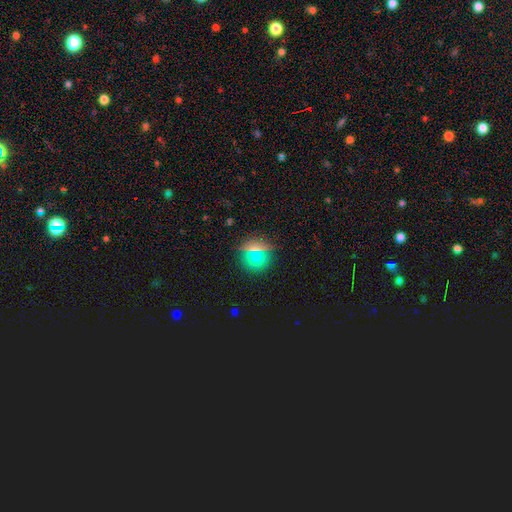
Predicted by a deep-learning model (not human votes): A smooth galaxy with no disk features (73%) that is round (92%).

Vote fractions:
- Smooth or featured? smooth: 73% / star or artifact: 20% / featured or disk: 7%
- How rounded? round: 92% / in between: 7% / cigar-shaped: 2%
- Merging? none: 85% / minor disturbance: 8% / merger: 4% / major disturbance: 3%